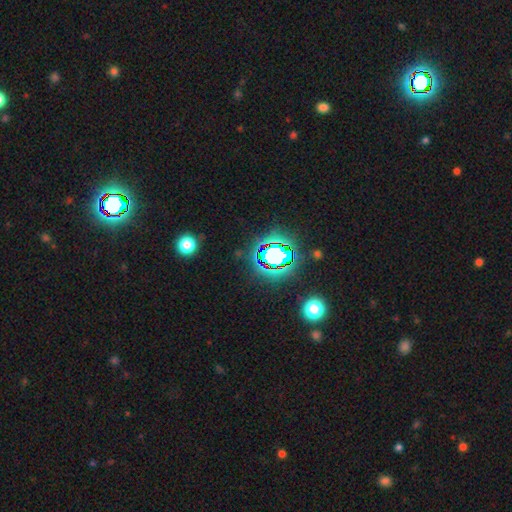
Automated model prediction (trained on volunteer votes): The model was most divided on "smooth or featured": star or artifact: 77%, smooth: 14%, featured or disk: 9%.